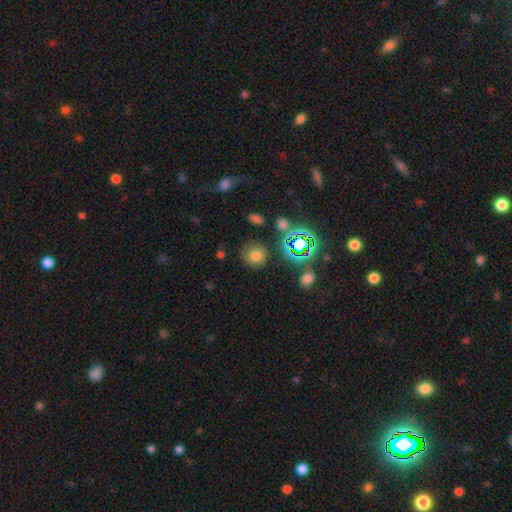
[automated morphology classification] Smooth or featured: smooth — 68% (star or artifact — 21%)
How rounded: round — 84% (in between — 15%)
Merging: none — 72% (minor disturbance — 16%)